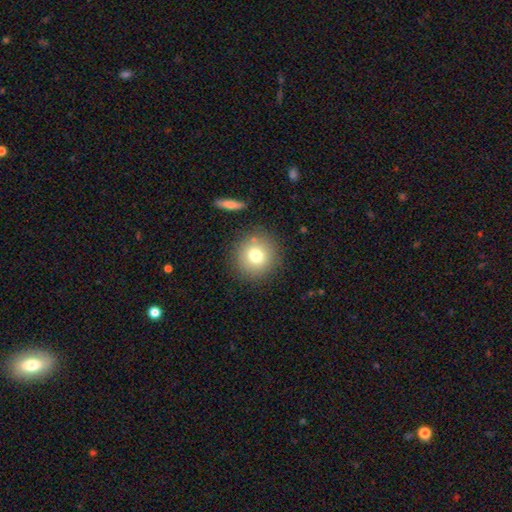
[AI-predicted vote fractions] Smooth or featured: smooth — 75% (featured or disk — 13%)
How rounded: round — 90% (in between — 9%)
Merging: none — 83% (minor disturbance — 9%)